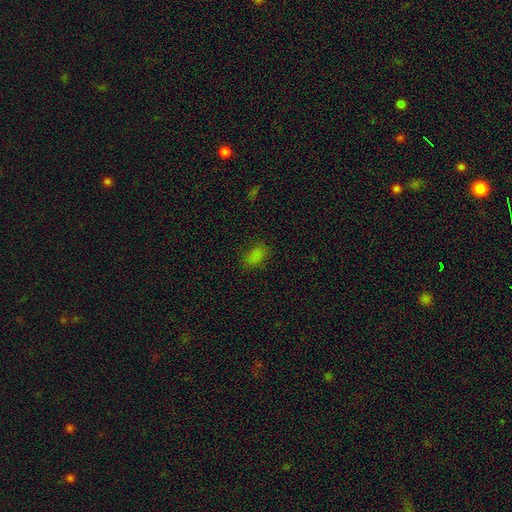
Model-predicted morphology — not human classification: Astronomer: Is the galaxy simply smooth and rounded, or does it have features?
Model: smooth — 77%.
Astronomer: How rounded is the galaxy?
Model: in between — 90%.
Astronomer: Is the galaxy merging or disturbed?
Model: none — 76%.